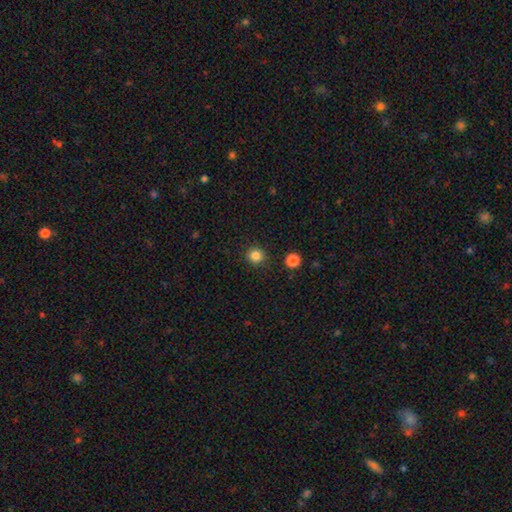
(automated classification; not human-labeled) A smooth galaxy with no disk features (83%) that is round (93%). Merging: none (90%).